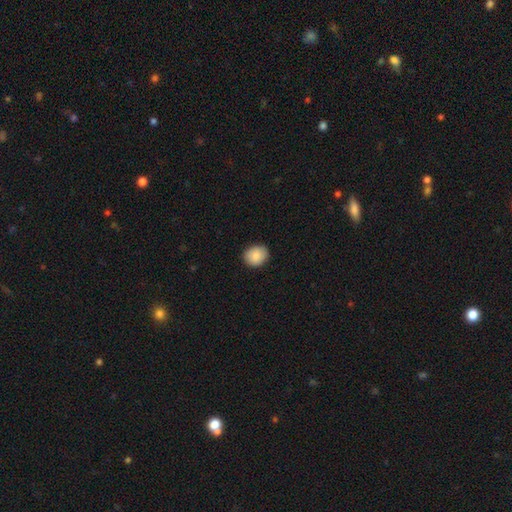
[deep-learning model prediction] Smooth or featured?
  - smooth: 87% *
  - star or artifact: 7%
  - featured or disk: 6%
How rounded?
  - round: 66% *
  - in between: 33%
  - cigar-shaped: 1%
Merging?
  - none: 85% *
  - minor disturbance: 12%
  - major disturbance: 2%
  - merger: 1%